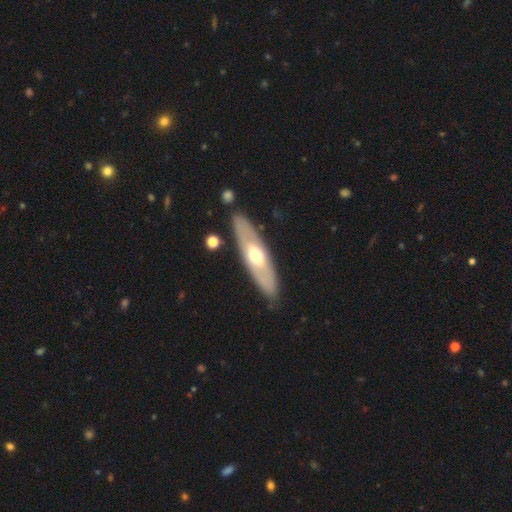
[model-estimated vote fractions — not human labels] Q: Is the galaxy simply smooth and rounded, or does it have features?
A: featured or disk — 58%.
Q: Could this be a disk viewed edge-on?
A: no — 52%.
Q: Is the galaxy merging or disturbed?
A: none — 86%.